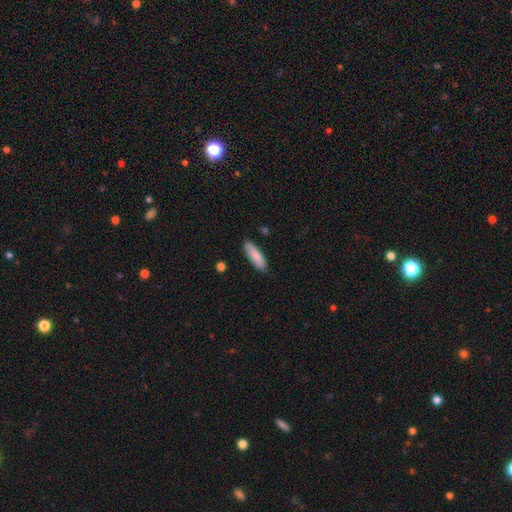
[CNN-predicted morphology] Smooth or featured? Predicted: smooth (p=0.85). How rounded? Predicted: in between (p=0.57). Merging? Predicted: none (p=0.83).